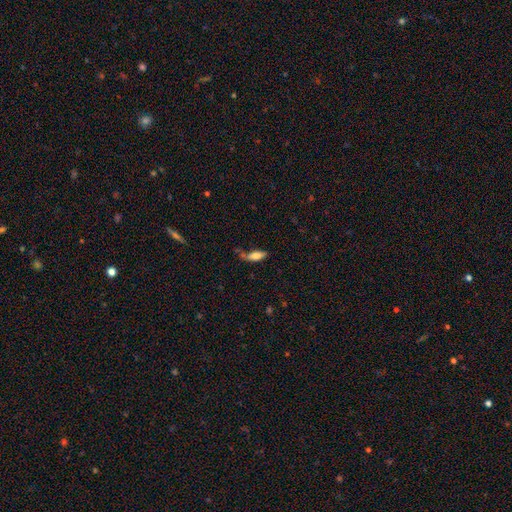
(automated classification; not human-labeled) smooth_or_featured: smooth (p=0.75) [alt: featured or disk p=0.17]
how_rounded: in between (p=0.67) [alt: cigar-shaped p=0.30]
merging: none (p=0.53) [alt: minor disturbance p=0.25]